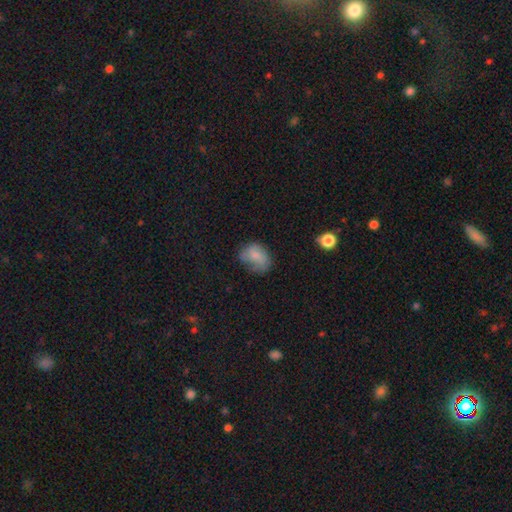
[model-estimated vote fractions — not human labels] Smooth or featured? smooth (69%)
How rounded? in between (61%)
Merging? none (48%)